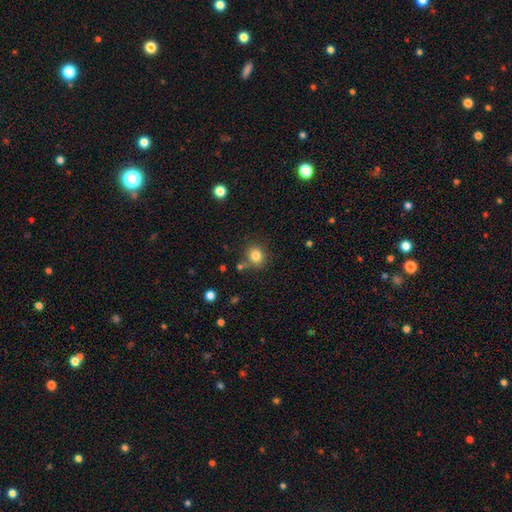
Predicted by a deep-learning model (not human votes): A smooth galaxy with no disk features (82%) that is round (81%). Merging: none (77%).